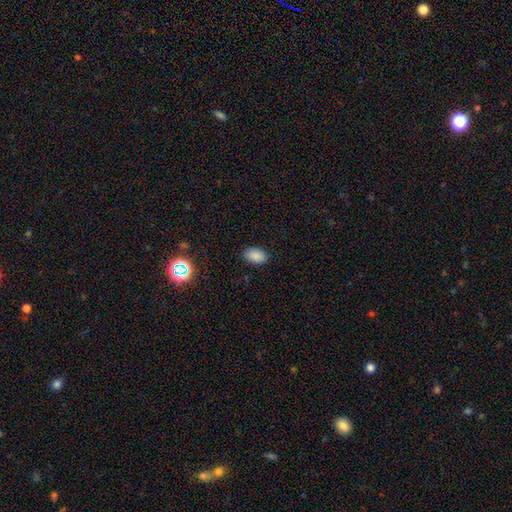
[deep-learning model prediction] Overall: smooth (86%). How rounded: in between (89%). Merging: none (87%).